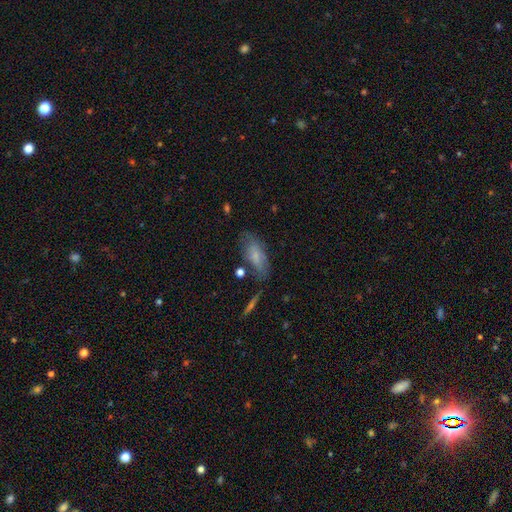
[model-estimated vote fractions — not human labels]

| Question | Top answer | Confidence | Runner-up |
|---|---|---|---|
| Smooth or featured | smooth | 69% | featured or disk (23%) |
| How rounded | in between | 78% | cigar-shaped (19%) |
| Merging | none | 61% | minor disturbance (24%) |